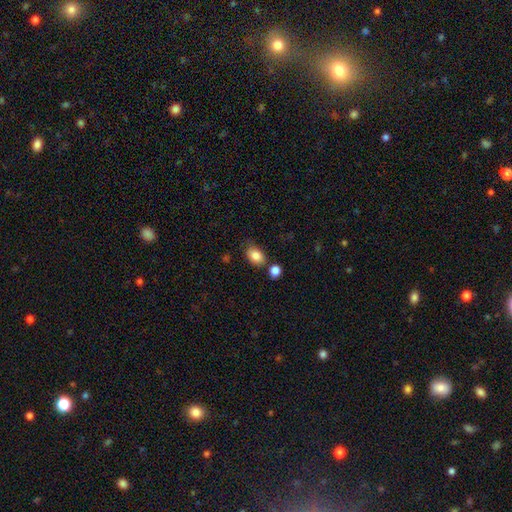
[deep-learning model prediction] A smooth galaxy with no disk features (85%) that is in between round and cigar-shaped (82%). Merging: none (69%).